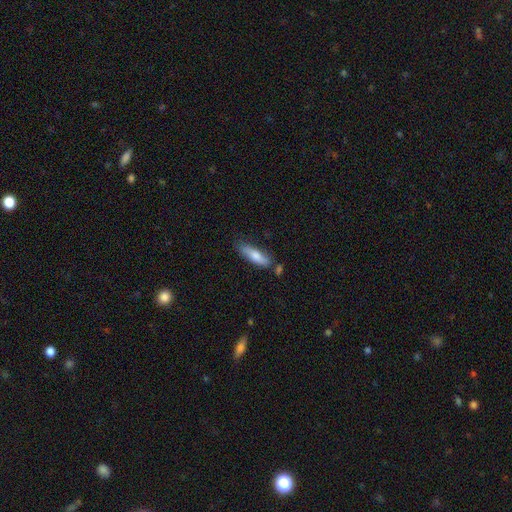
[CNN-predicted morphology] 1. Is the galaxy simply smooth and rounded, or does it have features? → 71% smooth, 22% featured or disk, 6% star or artifact.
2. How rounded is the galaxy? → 62% cigar-shaped, 36% in between, 2% round.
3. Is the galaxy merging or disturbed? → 70% none, 20% minor disturbance, 6% merger, 4% major disturbance.